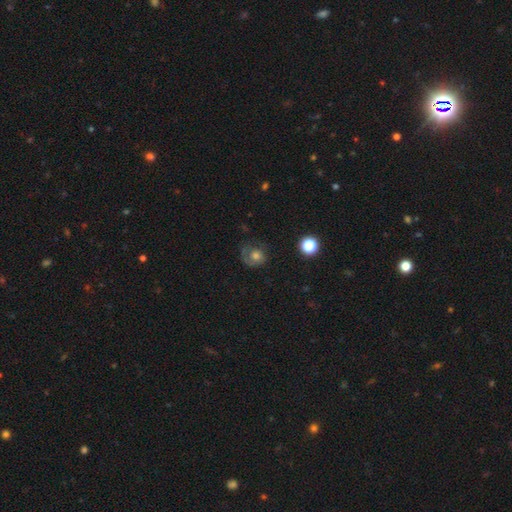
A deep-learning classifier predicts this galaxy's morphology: Smooth or featured? smooth (47%)
Merging? none (52%)